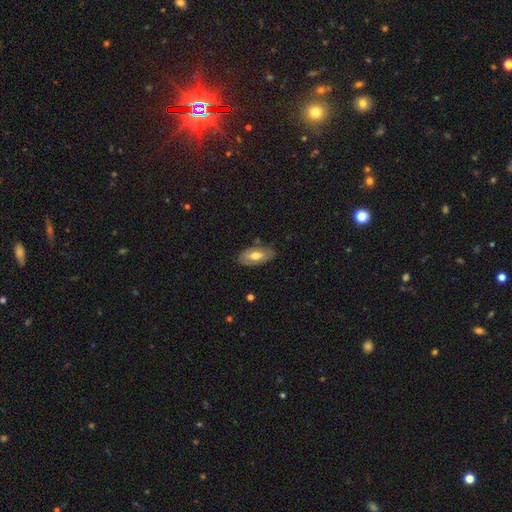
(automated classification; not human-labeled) Smooth or featured?
  - smooth: 50% *
  - featured or disk: 44%
  - star or artifact: 6%
How rounded?
  - in between: 91% *
  - cigar-shaped: 5%
  - round: 4%
Merging?
  - none: 79% *
  - minor disturbance: 16%
  - major disturbance: 4%
  - merger: 2%